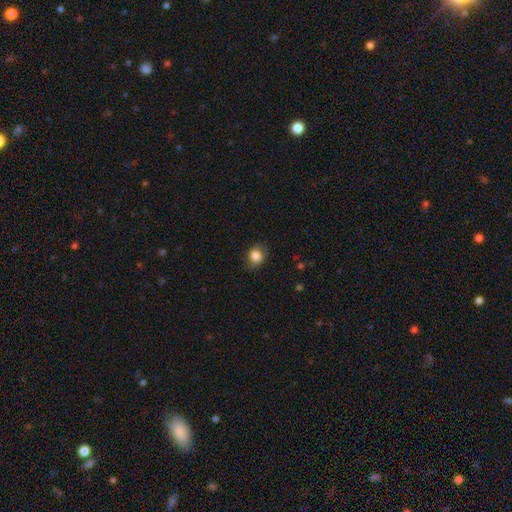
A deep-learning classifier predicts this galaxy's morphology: This appears to be a smooth galaxy with no disk features (84%) that is round (57%). Merging: none (77%).